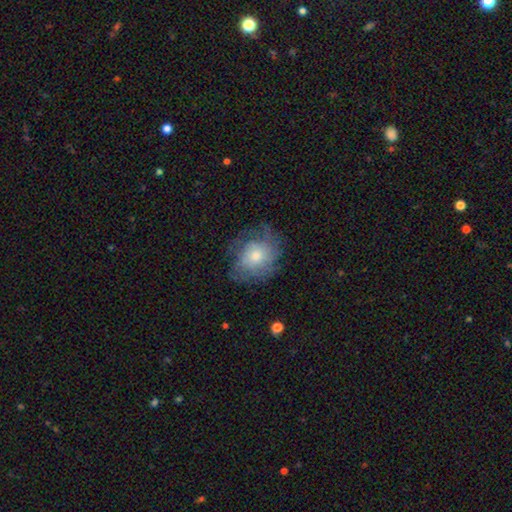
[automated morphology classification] Smooth or featured: featured or disk — 52% (smooth — 38%)
Edge-on disk: no — 96% (yes — 4%)
Bar: no — 84% (weak — 14%)
Spiral arms: yes — 71% (no — 29%)
Bulge size: moderate — 55% (small — 32%)
Merging: none — 63% (minor disturbance — 21%)